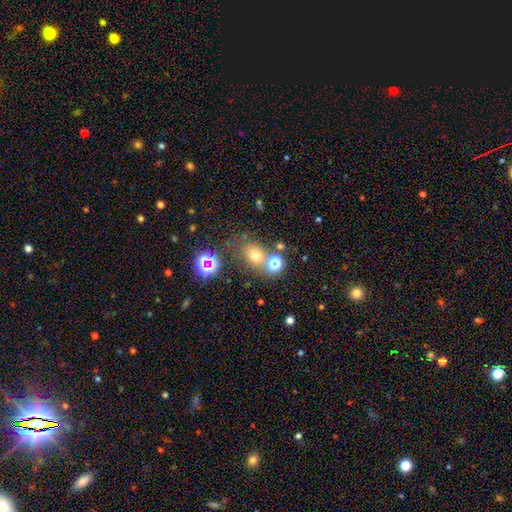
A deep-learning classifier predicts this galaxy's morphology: This appears to be a smooth galaxy with no disk features (63%) that is round (61%). Merging: none (64%).